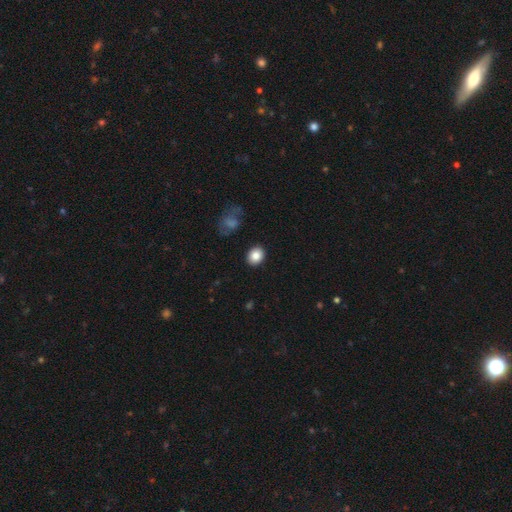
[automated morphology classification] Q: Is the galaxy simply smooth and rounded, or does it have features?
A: smooth — 85%.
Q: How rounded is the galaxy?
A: round — 59%.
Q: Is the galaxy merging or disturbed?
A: none — 90%.